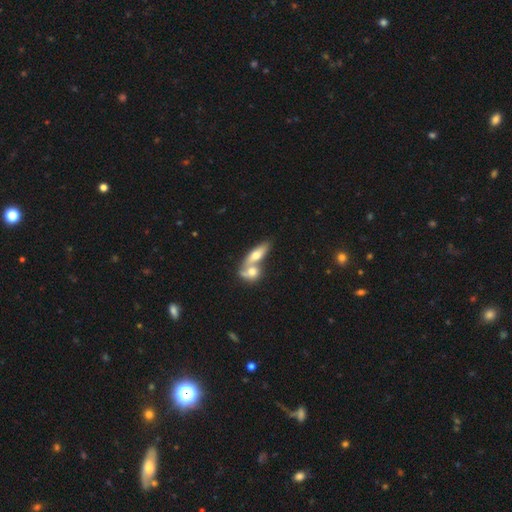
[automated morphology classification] Smooth or featured?
  - smooth: 57% *
  - featured or disk: 36%
  - star or artifact: 7%
How rounded?
  - in between: 58% *
  - cigar-shaped: 33%
  - round: 10%
Merging?
  - merger: 65% *
  - none: 25%
  - minor disturbance: 7%
  - major disturbance: 4%